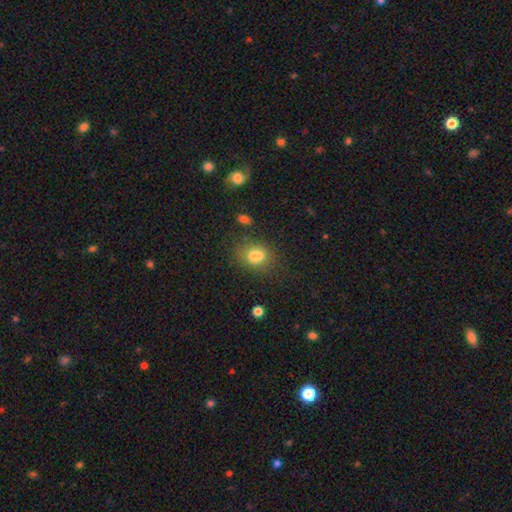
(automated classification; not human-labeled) The model was most divided on "how rounded": in between: 64%, round: 34%, cigar-shaped: 2%. More confident: smooth or featured — smooth (75%); merging — none (55%).